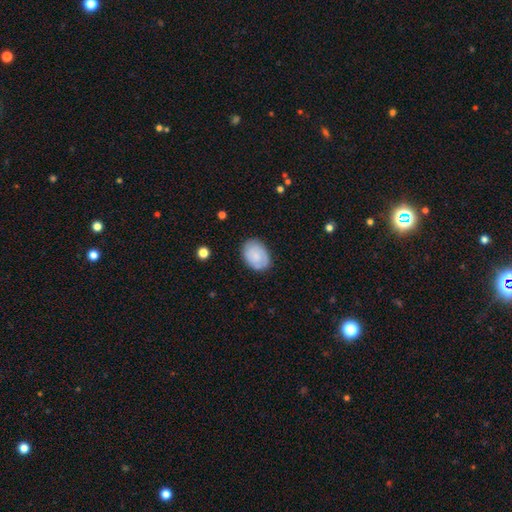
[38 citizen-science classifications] Smooth or featured? smooth (71%)
How rounded? in between (59%)
Merging? none (76%)